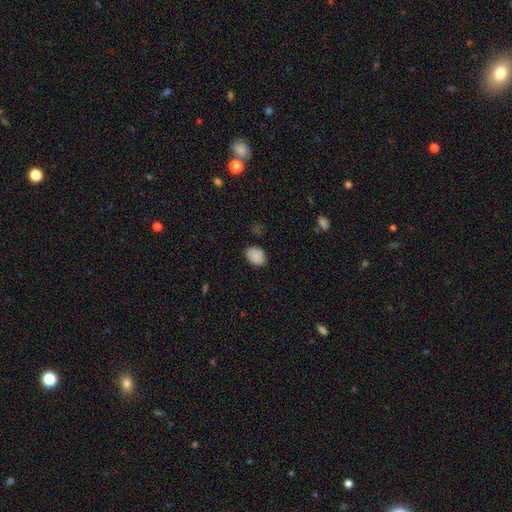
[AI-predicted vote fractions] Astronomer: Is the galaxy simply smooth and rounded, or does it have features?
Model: smooth — 87%.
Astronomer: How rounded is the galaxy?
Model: in between — 80%.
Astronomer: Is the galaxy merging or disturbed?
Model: none — 79%.